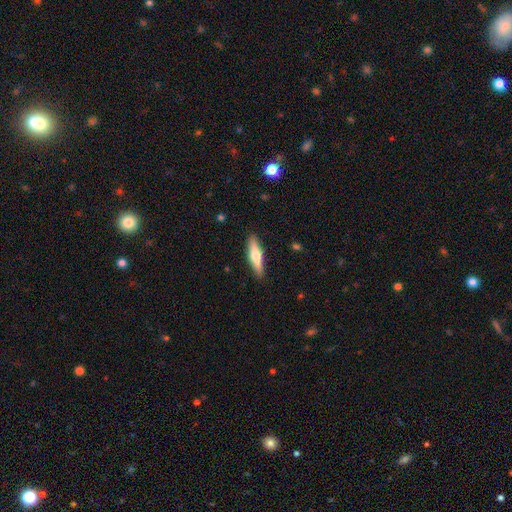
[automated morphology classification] A smooth galaxy with no disk features (50%) that is cigar-shaped (72%). Merging: none (89%).